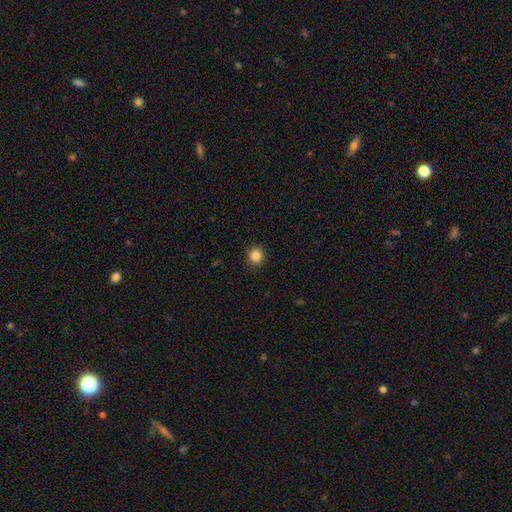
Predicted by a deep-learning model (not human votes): smooth_or_featured: smooth (p=0.86) [alt: star or artifact p=0.11]
how_rounded: round (p=0.91) [alt: in between p=0.09]
merging: none (p=0.91) [alt: minor disturbance p=0.06]